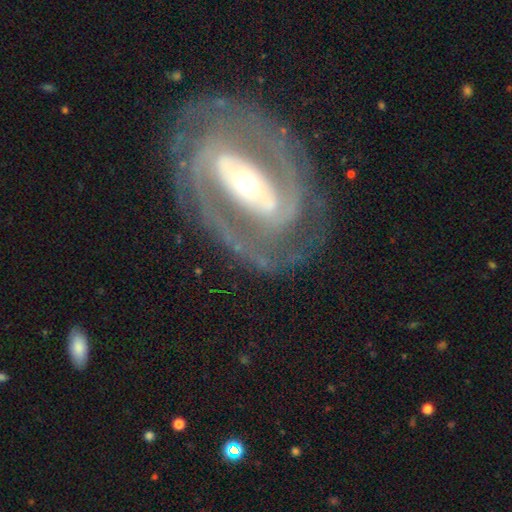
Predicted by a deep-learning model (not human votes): smooth-or-featured: featured or disk: 89% | smooth: 6% | star or artifact: 5%
  disk-edge-on: no: 96% | yes: 4%
    bar: strong: 60% | weak: 23% | no: 17%
    has-spiral-arms: yes: 95% | no: 5%
      spiral-winding: tight: 53% | medium: 39% | loose: 9%
      spiral-arm-count: 2: 79% | can't tell: 7% | 3: 6% | 1: 3% | 4: 2% | more than 4: 2%
    bulge-size: moderate: 52% | small: 35% | large: 11% | dominant: 2% | none: 1%
  merging: none: 76% | minor disturbance: 13% | major disturbance: 8% | merger: 2%